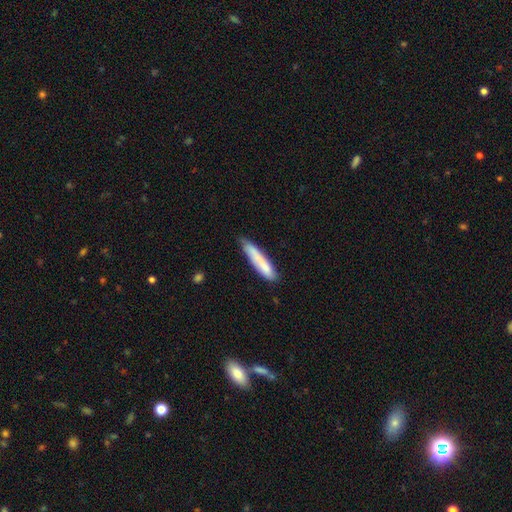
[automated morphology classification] A smooth galaxy with no disk features (77%) that is cigar-shaped (86%).

Vote fractions:
- Smooth or featured? smooth: 77% / featured or disk: 17% / star or artifact: 6%
- How rounded? cigar-shaped: 86% / in between: 12% / round: 1%
- Merging? none: 62% / minor disturbance: 29% / major disturbance: 6% / merger: 3%